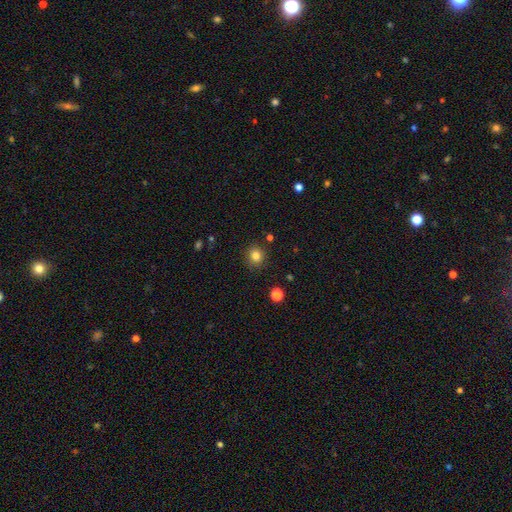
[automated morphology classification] A smooth galaxy with no disk features (83%) that is round (87%).

Vote fractions:
- Smooth or featured? smooth: 83% / star or artifact: 12% / featured or disk: 5%
- How rounded? round: 87% / in between: 12% / cigar-shaped: 1%
- Merging? none: 88% / minor disturbance: 8% / major disturbance: 2% / merger: 2%